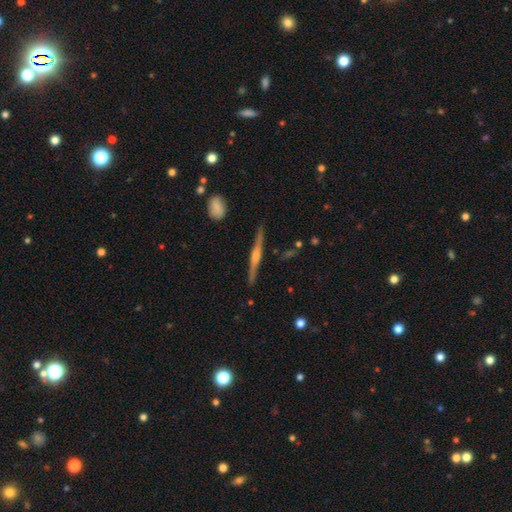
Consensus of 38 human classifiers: smooth-or-featured: featured or disk: 87% | smooth: 13% | star or artifact: 0%
  disk-edge-on: yes: 100% | no: 0%
    edge-on-bulge: rounded: 61% | boxy: 33% | none: 6%
  merging: none: 95% | minor disturbance: 3% | major disturbance: 3% | merger: 0%